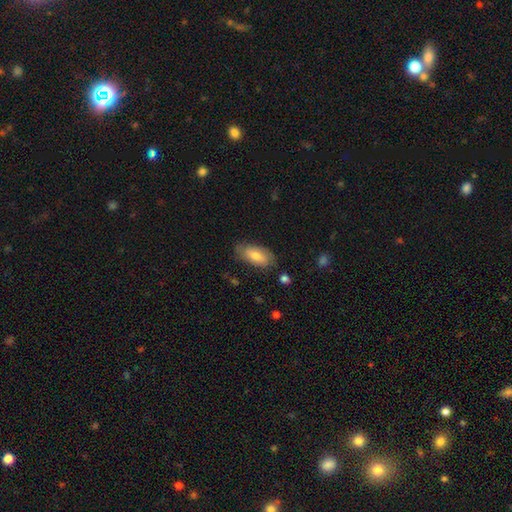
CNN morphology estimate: A smooth galaxy with no disk features (68%) that is in between round and cigar-shaped (88%). Merging: none (76%).